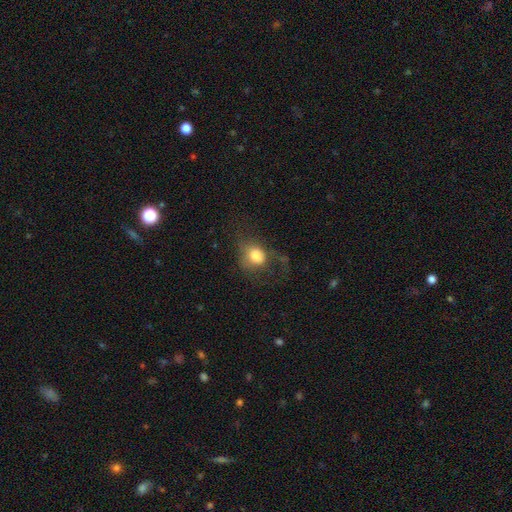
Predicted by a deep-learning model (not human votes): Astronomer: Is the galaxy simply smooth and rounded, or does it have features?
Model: smooth — 71%.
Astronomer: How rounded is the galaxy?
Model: round — 54% (runner-up: in between, 45%).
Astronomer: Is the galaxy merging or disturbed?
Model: major disturbance — 40% (runner-up: none, 35%).